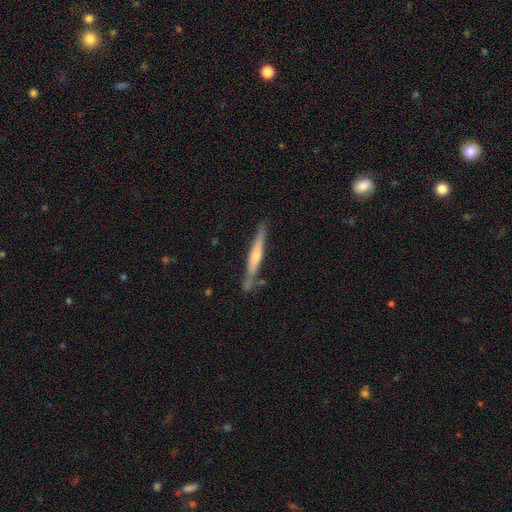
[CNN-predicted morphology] Smooth or featured? featured or disk (70%)
Edge-on disk? yes (96%)
Edge-on bulge? rounded (68%)
Merging? none (82%)